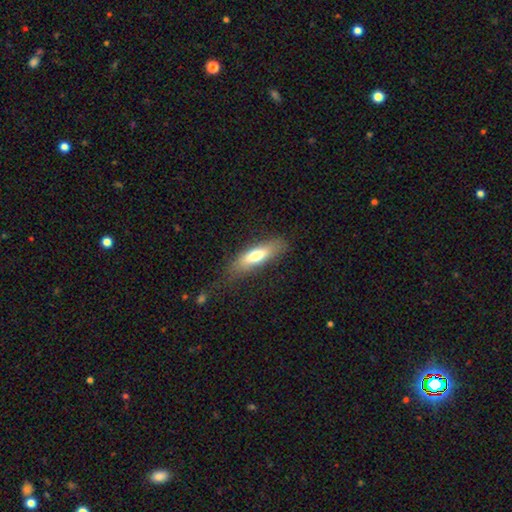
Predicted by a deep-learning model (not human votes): A smooth galaxy with no disk features (67%) that is cigar-shaped (52%).

Vote fractions:
- Smooth or featured? smooth: 67% / featured or disk: 26% / star or artifact: 7%
- How rounded? cigar-shaped: 52% / in between: 46% / round: 2%
- Merging? none: 76% / minor disturbance: 17% / major disturbance: 6% / merger: 1%